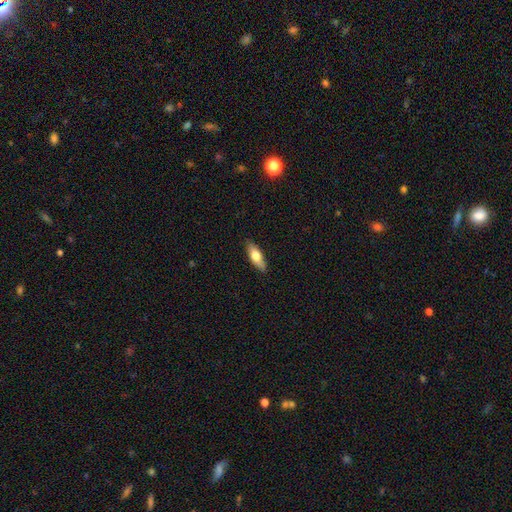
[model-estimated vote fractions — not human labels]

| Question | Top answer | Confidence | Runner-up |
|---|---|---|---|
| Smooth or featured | smooth | 65% | featured or disk (29%) |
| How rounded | in between | 62% | cigar-shaped (36%) |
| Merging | none | 86% | minor disturbance (11%) |